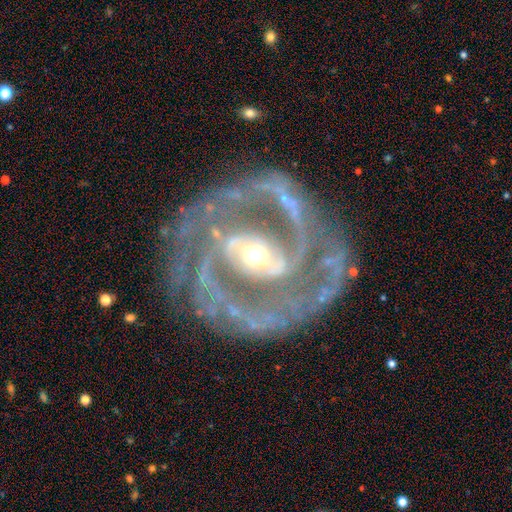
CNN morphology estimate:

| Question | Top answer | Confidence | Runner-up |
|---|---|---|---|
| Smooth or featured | featured or disk | 93% | star or artifact (4%) |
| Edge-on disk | no | 97% | yes (3%) |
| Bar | strong | 42% | weak (35%) |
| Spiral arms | yes | 98% | no (2%) |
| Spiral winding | tight | 46% | tied: medium (46%) |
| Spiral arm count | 2 | 78% | 3 (8%) |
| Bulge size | moderate | 57% | small (34%) |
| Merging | none | 79% | minor disturbance (13%) |